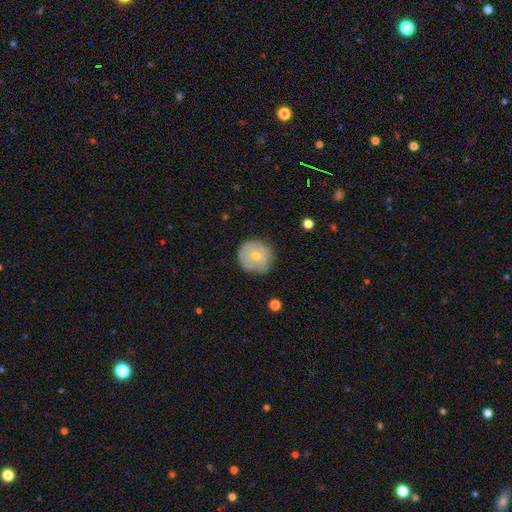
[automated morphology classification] Smooth or featured: smooth — 61% (featured or disk — 32%)
How rounded: round — 90% (in between — 9%)
Merging: none — 63% (minor disturbance — 28%)